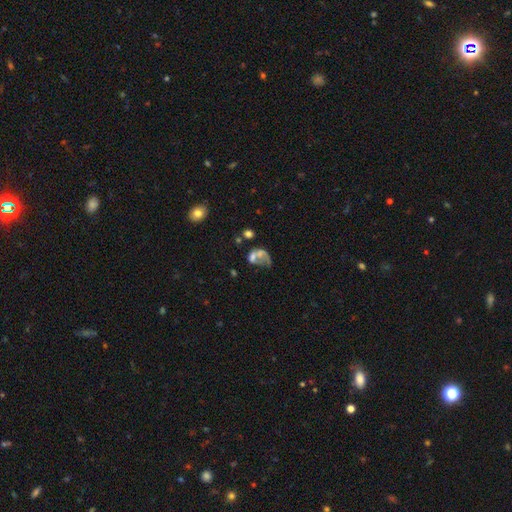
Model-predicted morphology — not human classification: Smooth or featured?
  - featured or disk: 45% *
  - smooth: 40%
  - star or artifact: 14%
Merging?
  - merger: 39% *
  - major disturbance: 33%
  - none: 17%
  - minor disturbance: 11%